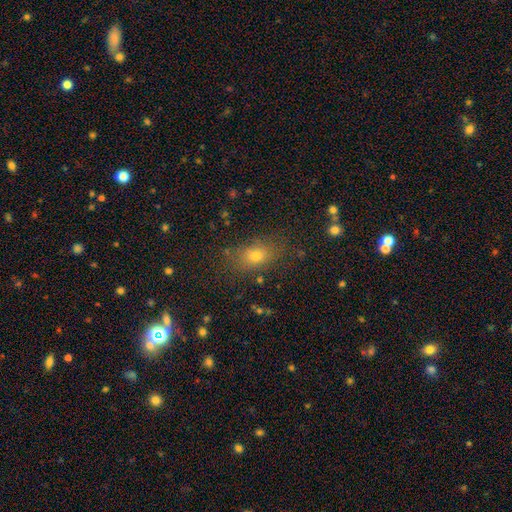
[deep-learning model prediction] The model was most divided on "how rounded": in between: 74%, round: 23%, cigar-shaped: 4%. More confident: merging — none (80%); smooth or featured — smooth (72%).